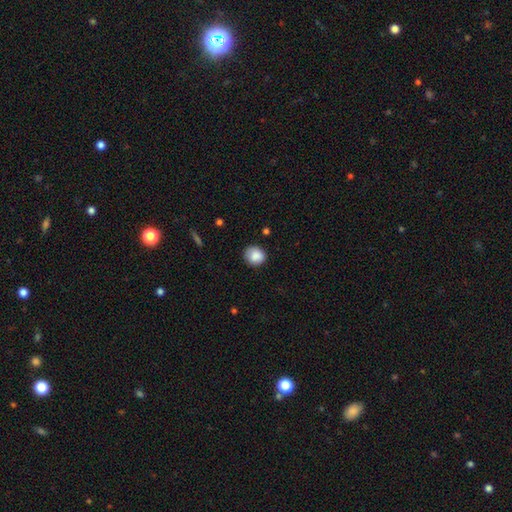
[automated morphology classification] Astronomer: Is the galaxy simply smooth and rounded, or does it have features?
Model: smooth — 87%.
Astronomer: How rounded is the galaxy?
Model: round — 83%.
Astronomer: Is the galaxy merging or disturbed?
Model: none — 82%.